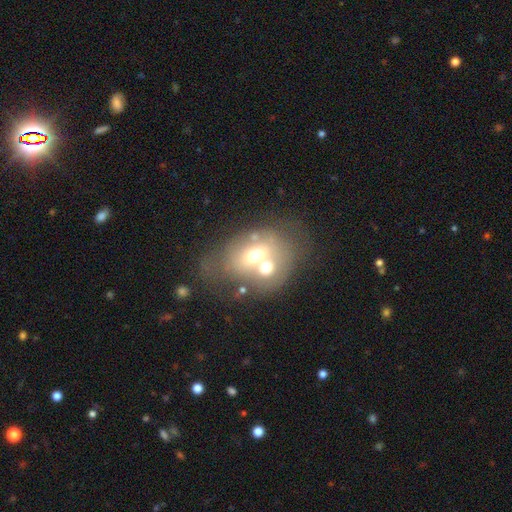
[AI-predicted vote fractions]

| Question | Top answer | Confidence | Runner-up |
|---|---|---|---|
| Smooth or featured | smooth | 53% | featured or disk (34%) |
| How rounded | in between | 56% | round (42%) |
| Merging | merger | 56% | none (24%) |